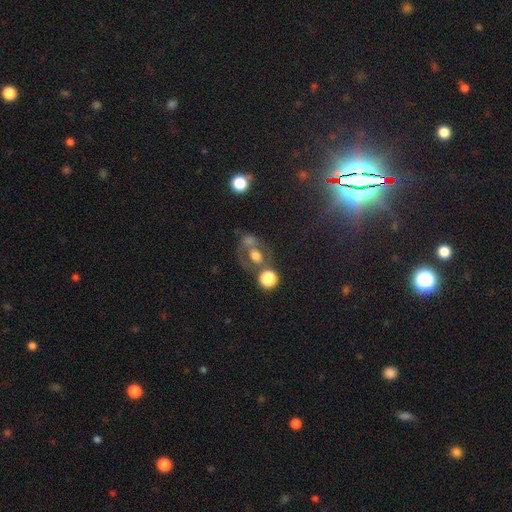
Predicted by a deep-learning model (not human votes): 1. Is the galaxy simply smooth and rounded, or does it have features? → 51% smooth, 31% featured or disk, 18% star or artifact.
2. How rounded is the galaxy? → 53% round, 45% in between, 2% cigar-shaped.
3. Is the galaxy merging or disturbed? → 38% merger, 36% none, 14% major disturbance, 12% minor disturbance.